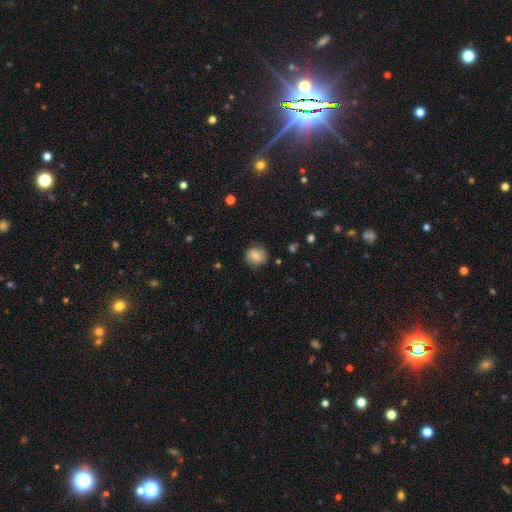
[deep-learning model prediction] A smooth galaxy with no disk features (68%) that is round (85%).

Vote fractions:
- Smooth or featured? smooth: 68% / featured or disk: 23% / star or artifact: 9%
- How rounded? round: 85% / in between: 14% / cigar-shaped: 1%
- Merging? none: 78% / minor disturbance: 16% / major disturbance: 4% / merger: 1%